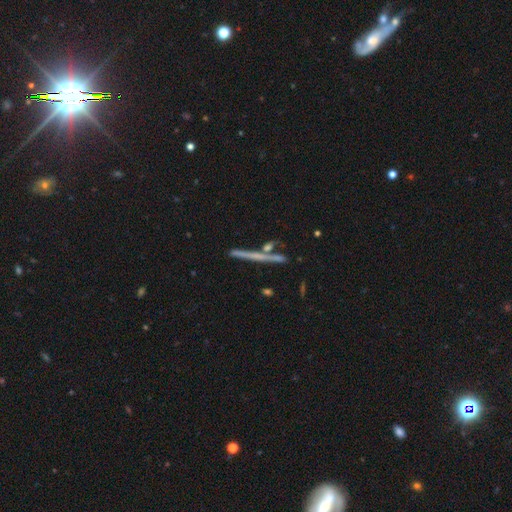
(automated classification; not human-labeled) smooth-or-featured: featured or disk: 60% | smooth: 32% | star or artifact: 8%
  disk-edge-on: yes: 96% | no: 4%
    edge-on-bulge: none: 73% | rounded: 21% | boxy: 6%
  merging: none: 79% | merger: 9% | minor disturbance: 9% | major disturbance: 3%